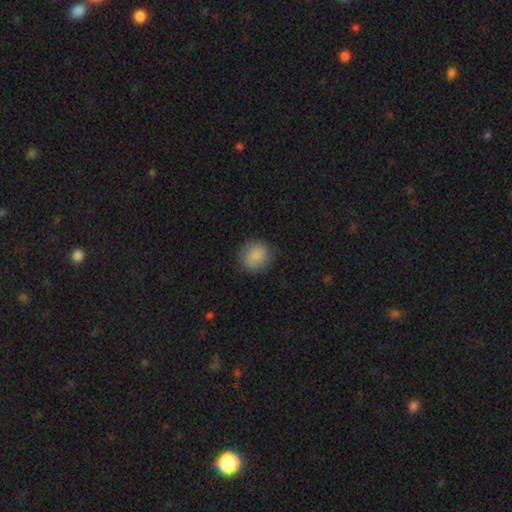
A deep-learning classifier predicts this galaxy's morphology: smooth_or_featured: smooth (p=0.86) [alt: star or artifact p=0.07]
how_rounded: round (p=0.85) [alt: in between p=0.14]
merging: none (p=0.84) [alt: minor disturbance p=0.12]